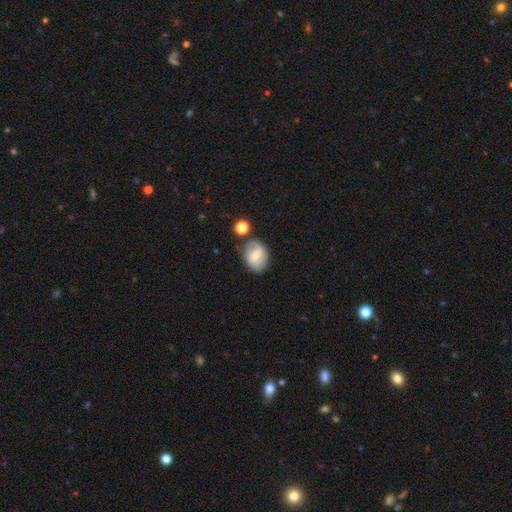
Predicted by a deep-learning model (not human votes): smooth-or-featured: smooth: 57% | featured or disk: 35% | star or artifact: 8%
  how-rounded: in between: 65% | round: 34% | cigar-shaped: 1%
  merging: none: 66% | minor disturbance: 20% | merger: 8% | major disturbance: 6%